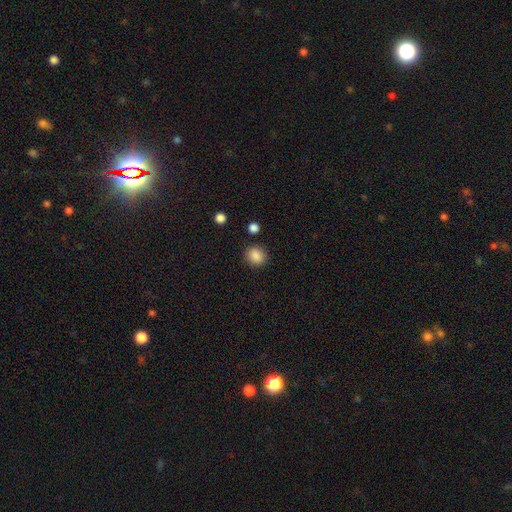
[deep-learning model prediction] This appears to be a smooth galaxy with no disk features (87%) that is round (76%). Merging: none (86%).